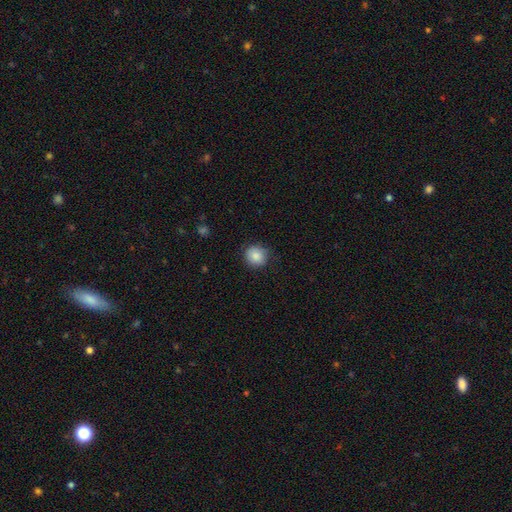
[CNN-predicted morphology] smooth_or_featured: smooth (p=0.87) [alt: star or artifact p=0.09]
how_rounded: round (p=0.90) [alt: in between p=0.09]
merging: none (p=0.85) [alt: minor disturbance p=0.11]